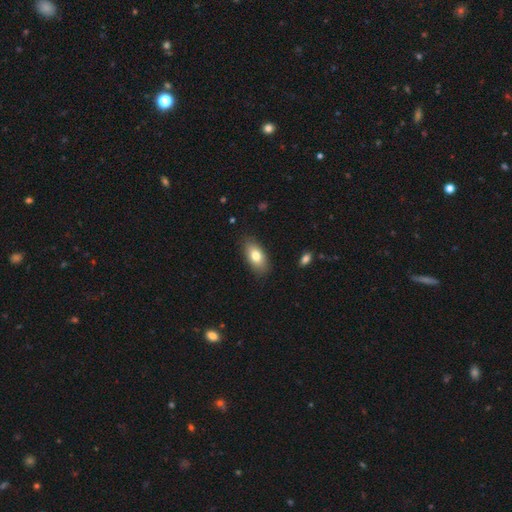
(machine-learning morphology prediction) Smooth or featured?
  - smooth: 78% *
  - featured or disk: 15%
  - star or artifact: 7%
How rounded?
  - in between: 89% *
  - cigar-shaped: 7%
  - round: 4%
Merging?
  - none: 86% *
  - minor disturbance: 10%
  - major disturbance: 2%
  - merger: 1%